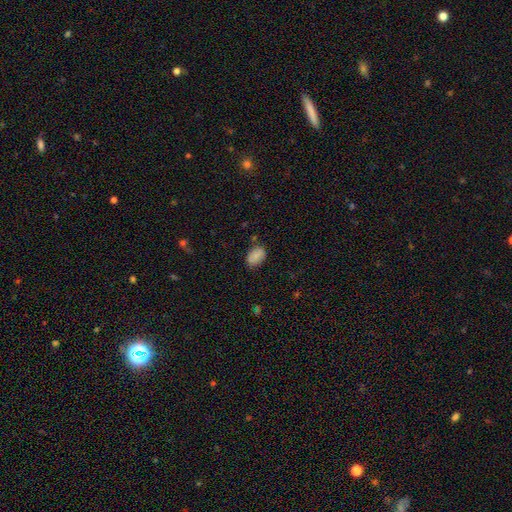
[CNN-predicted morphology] smooth 85%, star or artifact 8%, featured or disk 6%. Down the decision tree: how rounded — in between (86%); merging — none (76%).